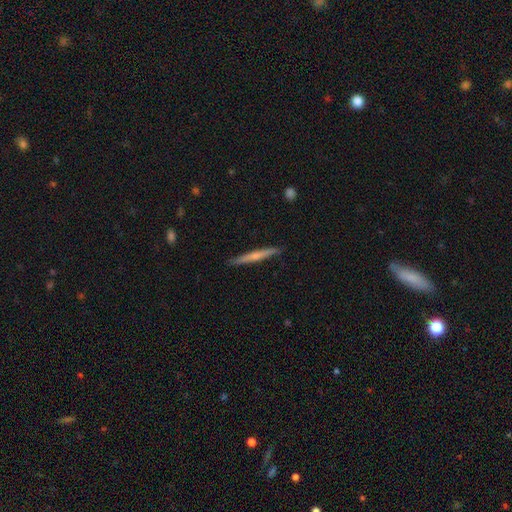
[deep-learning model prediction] featured or disk 51%, smooth 44%, star or artifact 6%. Down the decision tree: edge-on disk — yes (97%); merging — none (90%).